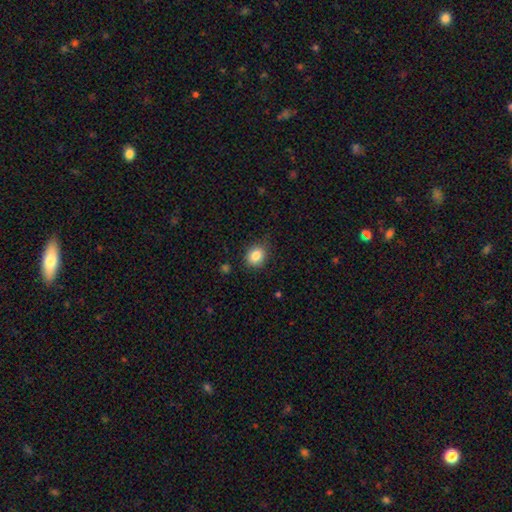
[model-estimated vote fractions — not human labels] smooth 85%, star or artifact 10%, featured or disk 6%. Down the decision tree: how rounded — round (63%); merging — none (81%).